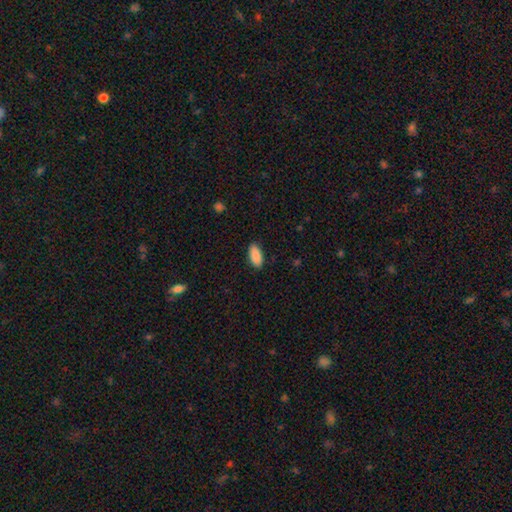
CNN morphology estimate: Smooth or featured: smooth — 90% (star or artifact — 6%)
How rounded: in between — 89% (cigar-shaped — 10%)
Merging: none — 88% (minor disturbance — 9%)